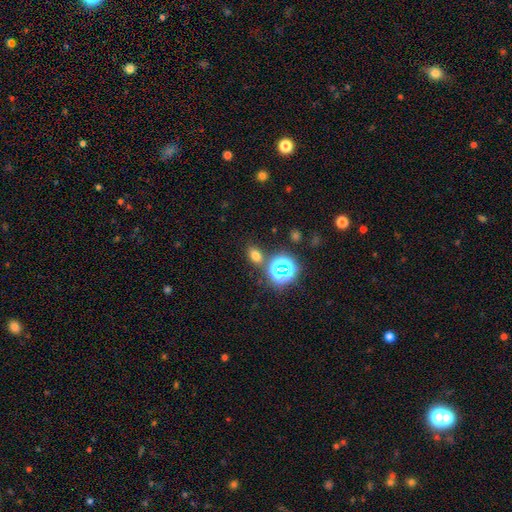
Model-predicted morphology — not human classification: Q: Smooth or featured?
A: smooth (66%); runner-up: star or artifact (27%)
Q: How rounded?
A: in between (70%); runner-up: round (28%)
Q: Merging?
A: none (79%); runner-up: minor disturbance (10%)